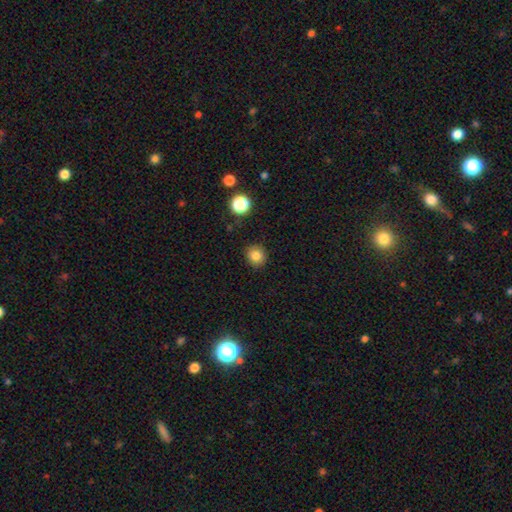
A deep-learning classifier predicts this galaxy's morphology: This appears to be a smooth galaxy with no disk features (82%) that is round (87%). Merging: none (90%).